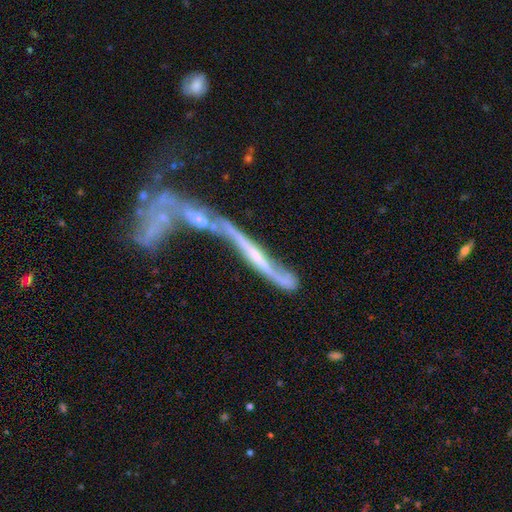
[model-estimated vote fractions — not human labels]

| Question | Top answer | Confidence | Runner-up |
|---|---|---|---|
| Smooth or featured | featured or disk | 73% | smooth (17%) |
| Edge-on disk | yes | 51% | no (49%) |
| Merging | merger | 63% | none (15%) |